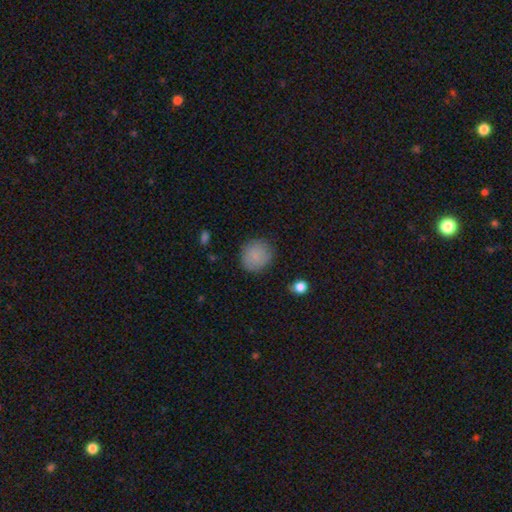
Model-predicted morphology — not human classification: The model was most divided on "merging": none: 81%, minor disturbance: 14%, major disturbance: 4%, merger: 1%. More confident: smooth or featured — smooth (84%); how rounded — round (83%).